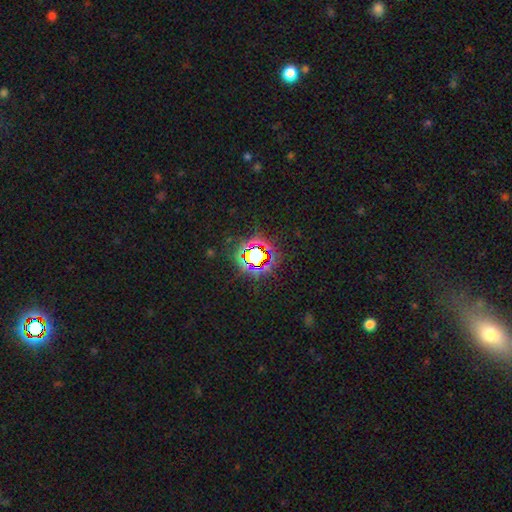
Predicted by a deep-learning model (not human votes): Smooth or featured?
  - star or artifact: 72% *
  - smooth: 17%
  - featured or disk: 11%